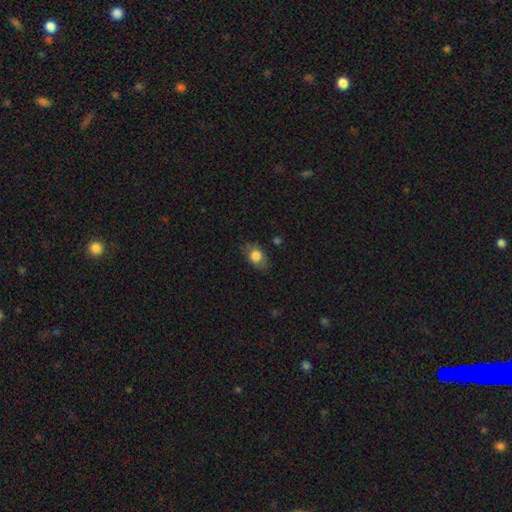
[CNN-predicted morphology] A smooth galaxy with no disk features (77%) that is in between round and cigar-shaped (76%). Merging: none (73%).